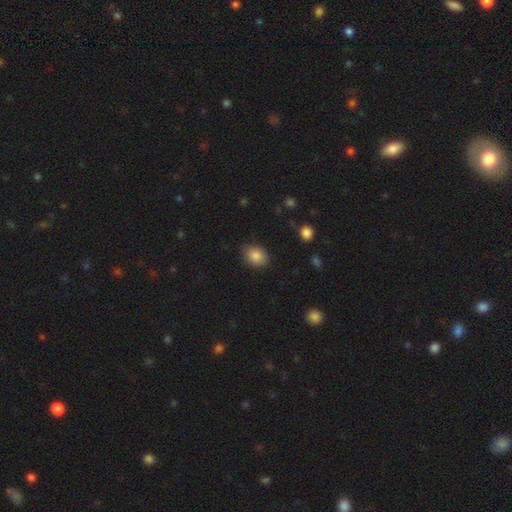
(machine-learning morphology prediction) Smooth or featured? Predicted: smooth (p=0.86). How rounded? Predicted: in between (p=0.64). Merging? Predicted: none (p=0.81).